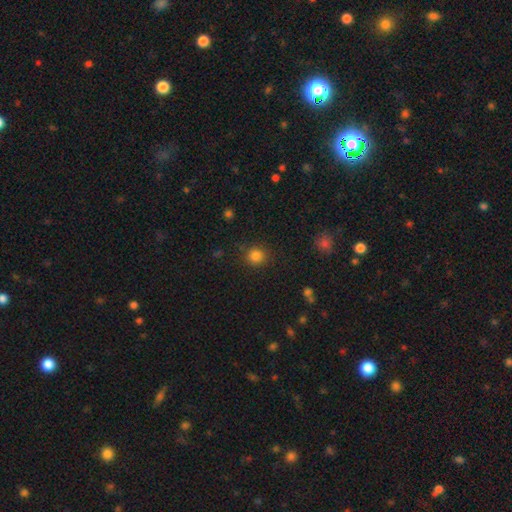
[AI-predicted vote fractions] smooth_or_featured: smooth (p=0.83) [alt: star or artifact p=0.13]
how_rounded: round (p=0.89) [alt: in between p=0.10]
merging: none (p=0.86) [alt: minor disturbance p=0.09]